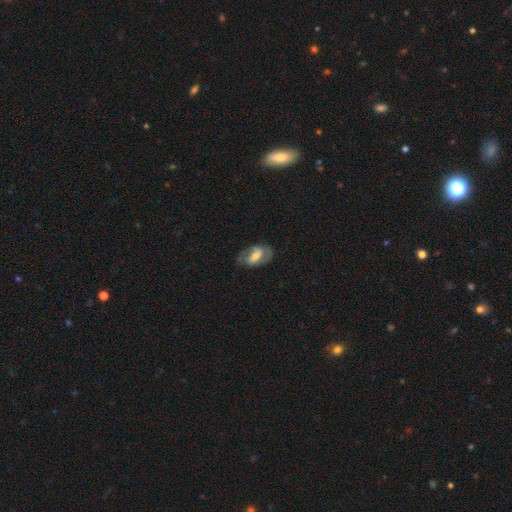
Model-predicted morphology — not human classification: Smooth or featured? featured or disk (61%)
Edge-on disk? no (93%)
Bar? strong (42%)
Spiral arms? yes (70%)
Bulge size? moderate (50%)
Merging? none (68%)